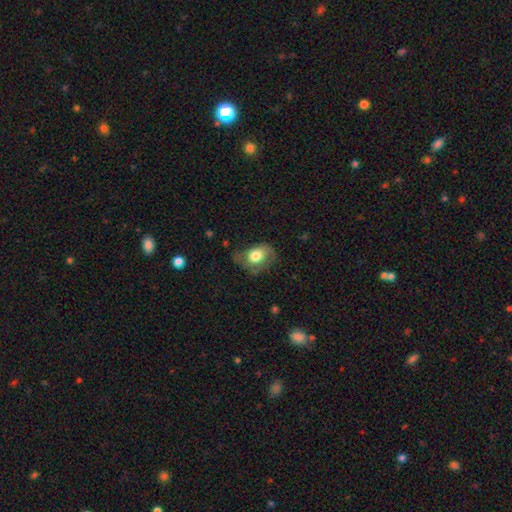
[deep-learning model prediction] Q: Smooth or featured?
A: smooth (68%); runner-up: featured or disk (25%)
Q: How rounded?
A: in between (60%); runner-up: round (39%)
Q: Merging?
A: none (45%); runner-up: minor disturbance (32%)